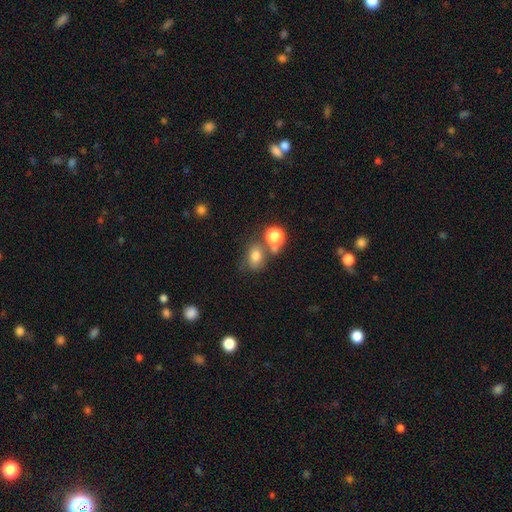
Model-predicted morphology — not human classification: The model was most divided on "how rounded": in between: 59%, round: 40%, cigar-shaped: 1%. More confident: smooth or featured — smooth (74%); merging — none (54%).